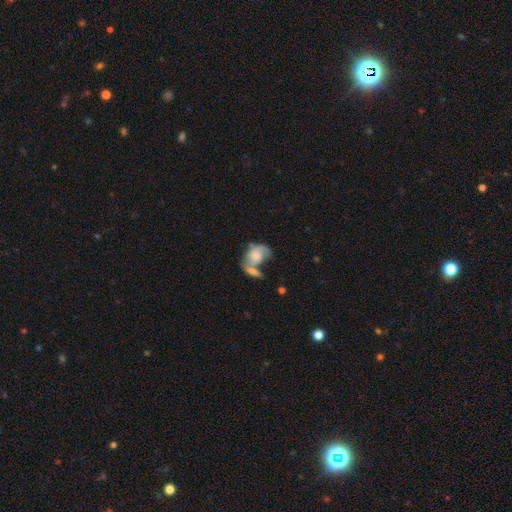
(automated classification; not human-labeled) Smooth or featured? Predicted: featured or disk (p=0.50). Merging? Predicted: merger (p=0.48).